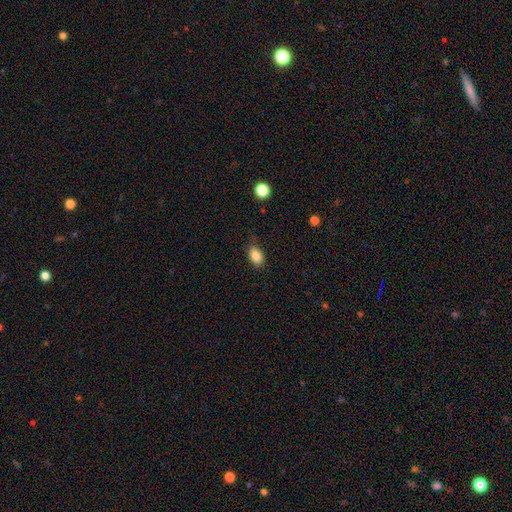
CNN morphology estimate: This appears to be a smooth galaxy with no disk features (85%) that is in between round and cigar-shaped (87%). Merging: none (80%).